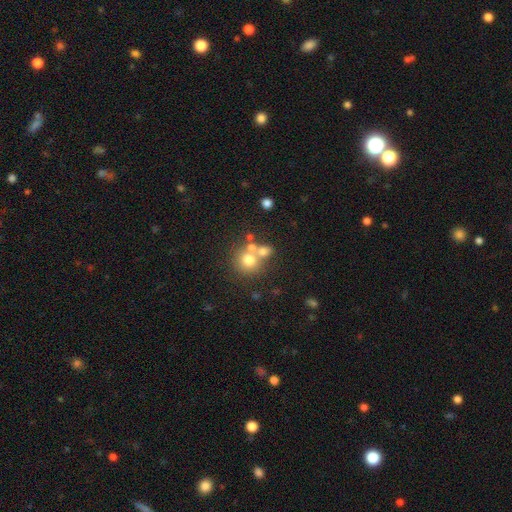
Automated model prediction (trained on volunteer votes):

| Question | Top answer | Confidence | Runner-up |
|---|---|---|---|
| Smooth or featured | smooth | 63% | star or artifact (20%) |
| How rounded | round | 86% | in between (13%) |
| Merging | none | 51% | merger (38%) |